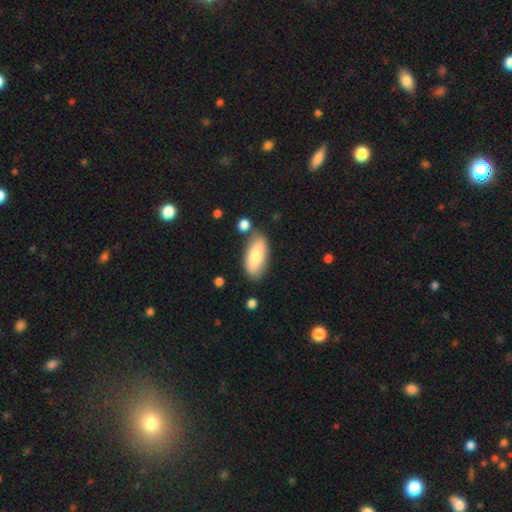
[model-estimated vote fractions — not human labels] A smooth galaxy with no disk features (74%) that is in between round and cigar-shaped (82%). Merging: none (79%).